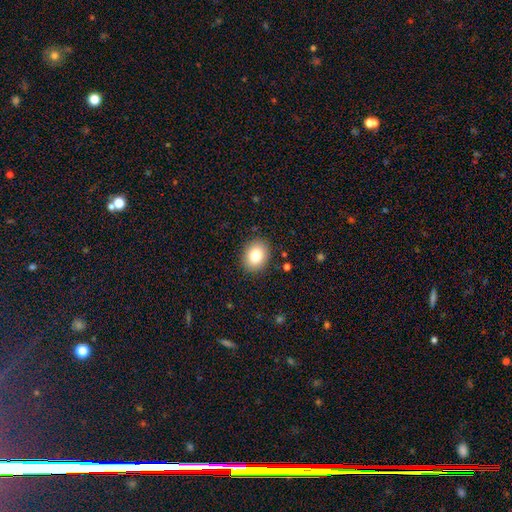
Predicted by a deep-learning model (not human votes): Smooth or featured: smooth — 81% (featured or disk — 10%)
How rounded: in between — 53% (round — 46%)
Merging: none — 89% (minor disturbance — 8%)